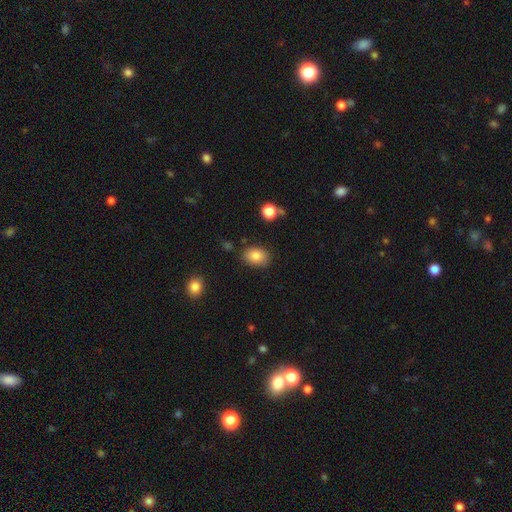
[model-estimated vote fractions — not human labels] smooth_or_featured: smooth (p=0.83) [alt: star or artifact p=0.09]
how_rounded: in between (p=0.73) [alt: round p=0.25]
merging: none (p=0.79) [alt: minor disturbance p=0.15]